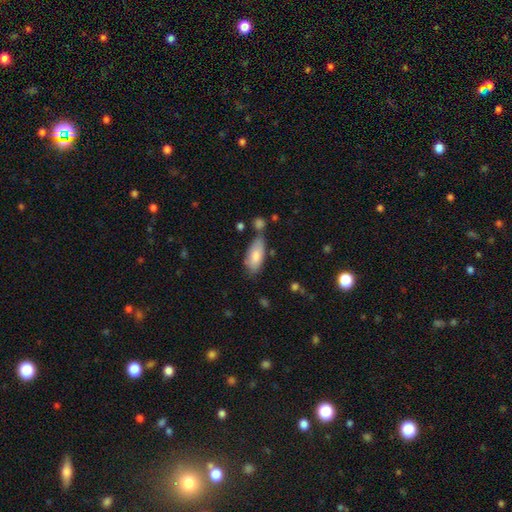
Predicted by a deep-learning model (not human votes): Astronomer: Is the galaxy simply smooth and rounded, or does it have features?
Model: smooth — 79%.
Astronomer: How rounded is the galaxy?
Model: in between — 87%.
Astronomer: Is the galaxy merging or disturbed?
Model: none — 56%.